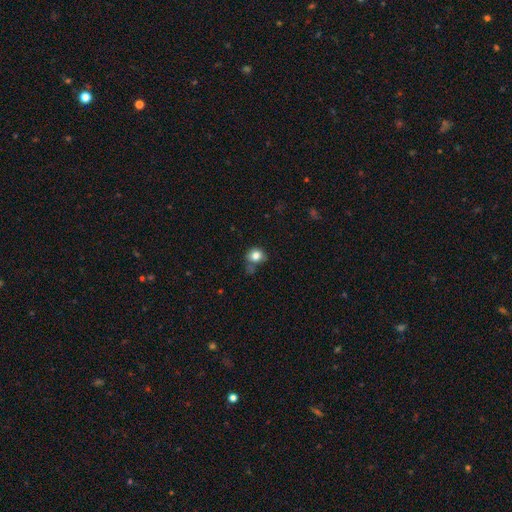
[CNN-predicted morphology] Overall: smooth (81%). How rounded: round (76%). Merging: none (56%; minor disturbance 25%).